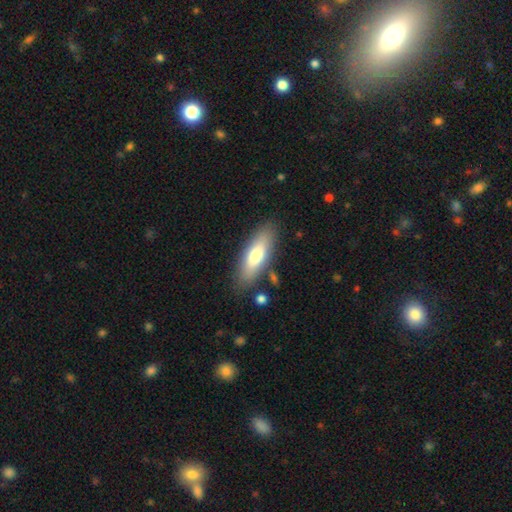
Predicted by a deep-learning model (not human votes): Q: Smooth or featured?
A: smooth (68%); runner-up: featured or disk (25%)
Q: How rounded?
A: in between (61%); runner-up: cigar-shaped (37%)
Q: Merging?
A: none (82%); runner-up: minor disturbance (11%)